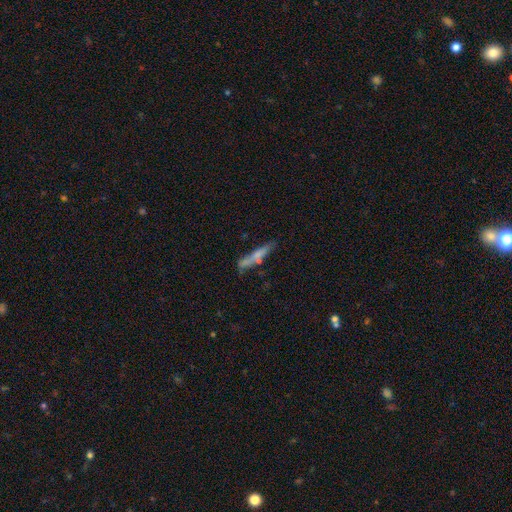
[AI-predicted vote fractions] Smooth or featured: smooth — 57% (featured or disk — 35%)
How rounded: cigar-shaped — 91% (in between — 7%)
Merging: none — 65% (minor disturbance — 18%)